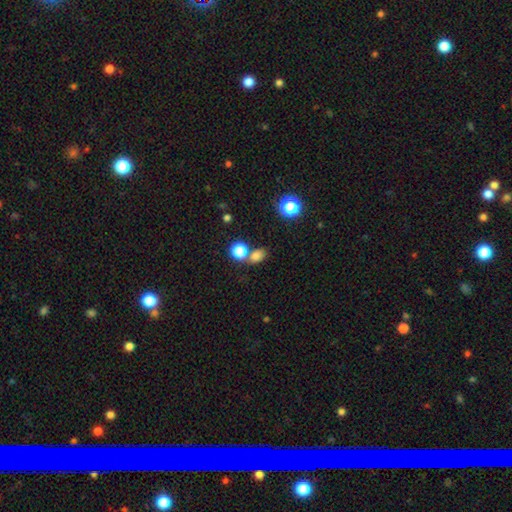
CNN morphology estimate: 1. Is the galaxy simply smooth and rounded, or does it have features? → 76% smooth, 17% star or artifact, 7% featured or disk.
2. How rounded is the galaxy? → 61% in between, 37% round, 1% cigar-shaped.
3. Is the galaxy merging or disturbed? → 59% none, 26% merger, 11% minor disturbance, 4% major disturbance.